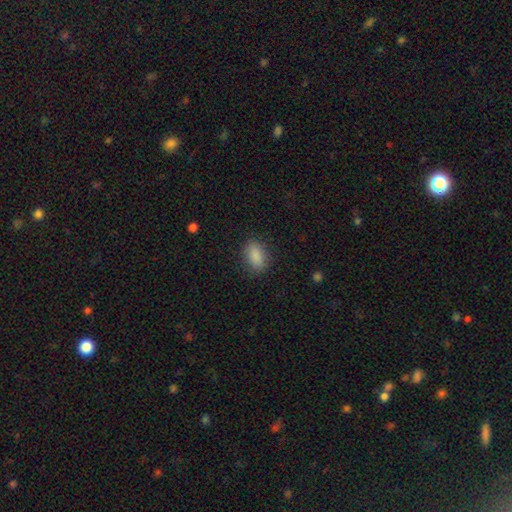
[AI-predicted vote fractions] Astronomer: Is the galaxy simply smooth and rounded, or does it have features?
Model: smooth — 88%.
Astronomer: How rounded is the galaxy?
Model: in between — 86%.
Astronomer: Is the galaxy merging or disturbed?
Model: none — 84%.